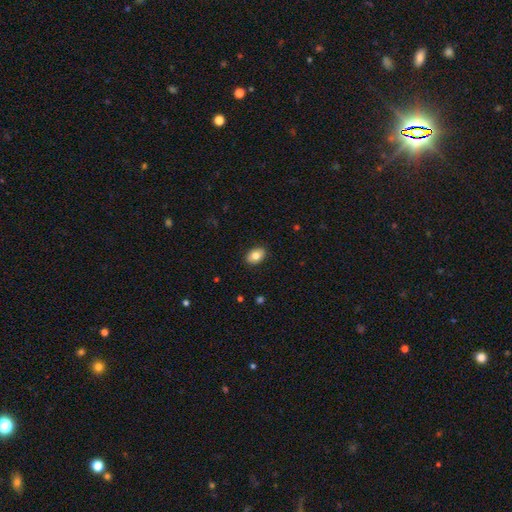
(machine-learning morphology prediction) A smooth galaxy with no disk features (79%) that is in between round and cigar-shaped (82%).

Vote fractions:
- Smooth or featured? smooth: 79% / featured or disk: 13% / star or artifact: 7%
- How rounded? in between: 82% / round: 17% / cigar-shaped: 1%
- Merging? none: 88% / minor disturbance: 9% / major disturbance: 2% / merger: 1%